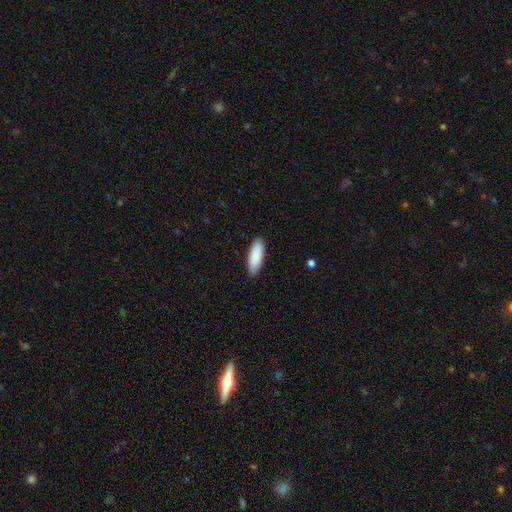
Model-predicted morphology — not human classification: A smooth galaxy with no disk features (90%) that is in between round and cigar-shaped (65%).

Vote fractions:
- Smooth or featured? smooth: 90% / star or artifact: 5% / featured or disk: 5%
- How rounded? in between: 65% / cigar-shaped: 33% / round: 1%
- Merging? none: 88% / minor disturbance: 9% / major disturbance: 2% / merger: 1%